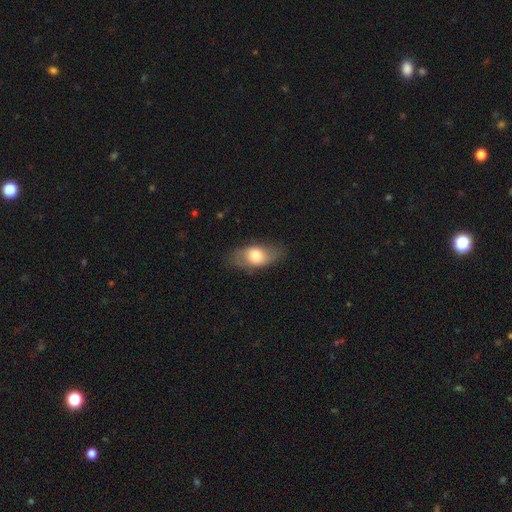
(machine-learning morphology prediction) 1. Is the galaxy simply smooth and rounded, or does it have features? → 63% smooth, 30% featured or disk, 7% star or artifact.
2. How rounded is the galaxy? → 85% in between, 9% round, 5% cigar-shaped.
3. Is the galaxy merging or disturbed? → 74% none, 18% minor disturbance, 7% major disturbance, 1% merger.